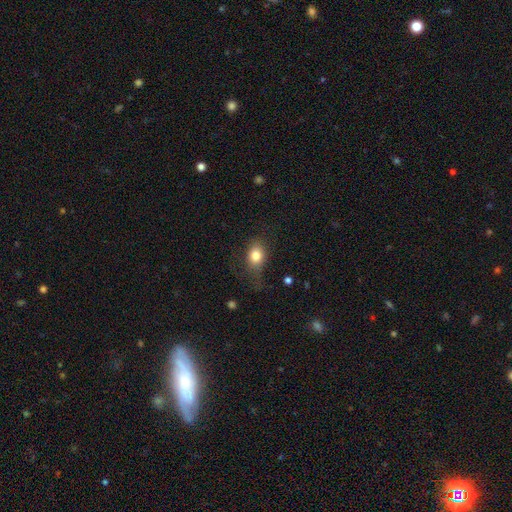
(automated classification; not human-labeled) Overall: smooth (80%). How rounded: in between (61%; round 37%). Merging: none (58%; minor disturbance 26%).